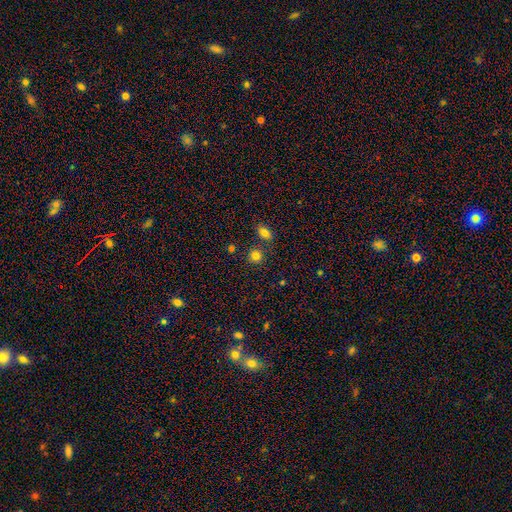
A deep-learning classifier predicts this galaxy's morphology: This appears to be a smooth galaxy with no disk features (81%) that is round (82%). Merging: none (78%).